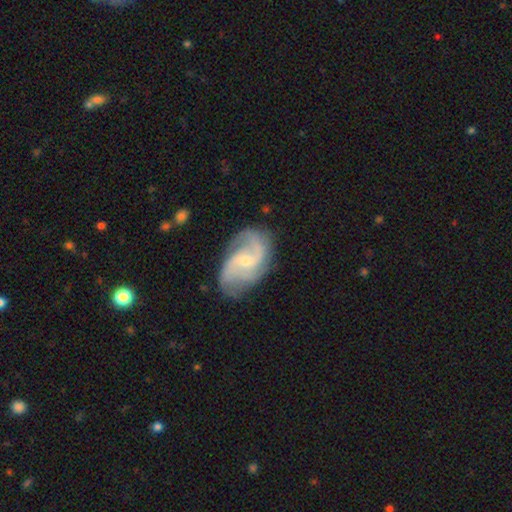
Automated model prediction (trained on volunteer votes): Smooth or featured?
  - featured or disk: 86% *
  - smooth: 9%
  - star or artifact: 5%
Edge-on disk?
  - no: 97% *
  - yes: 3%
Bar?
  - weak: 46% *
  - no: 45%
  - strong: 10%
Spiral arms?
  - yes: 97% *
  - no: 3%
Spiral winding?
  - medium: 49% *
  - loose: 32%
  - tight: 19%
Spiral arm count?
  - 2: 61% *
  - 3: 18%
  - can't tell: 10%
  - 1: 4%
  - 4: 4%
  - more than 4: 3%
Bulge size?
  - small: 65% *
  - moderate: 31%
  - none: 2%
  - large: 1%
  - dominant: 1%
Merging?
  - none: 70% *
  - minor disturbance: 20%
  - major disturbance: 9%
  - merger: 2%